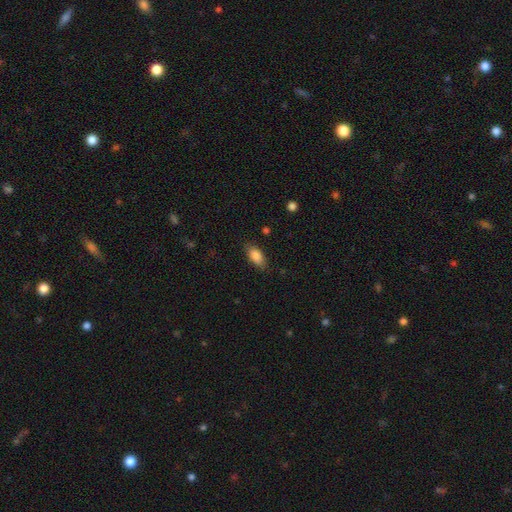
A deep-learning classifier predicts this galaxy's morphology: Smooth or featured?
  - smooth: 87% *
  - star or artifact: 7%
  - featured or disk: 6%
How rounded?
  - in between: 89% *
  - cigar-shaped: 8%
  - round: 3%
Merging?
  - none: 81% *
  - minor disturbance: 15%
  - major disturbance: 4%
  - merger: 1%